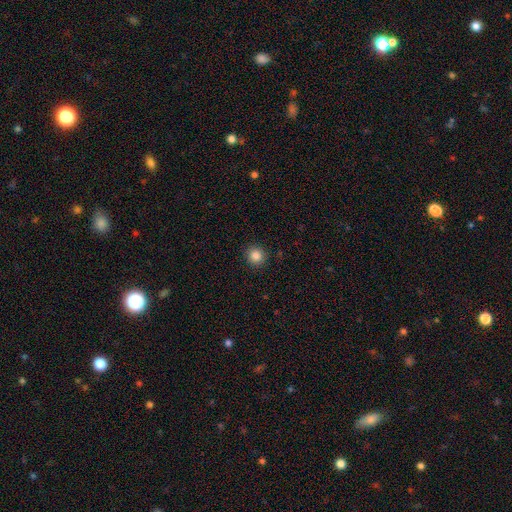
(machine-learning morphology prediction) Overall: smooth (85%). How rounded: round (92%). Merging: none (92%).